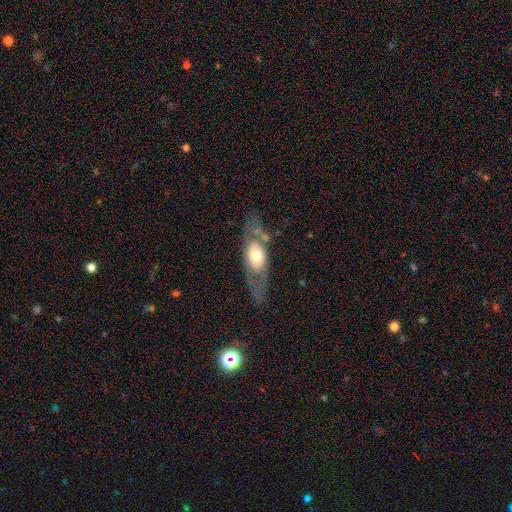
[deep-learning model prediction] Smooth or featured? featured or disk (56%)
Edge-on disk? no (72%)
Merging? none (61%)